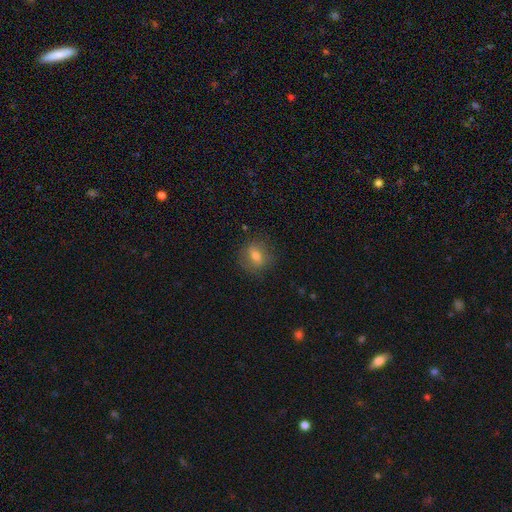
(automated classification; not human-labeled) The model was most divided on "how rounded": round: 68%, in between: 30%, cigar-shaped: 2%. More confident: merging — none (81%); smooth or featured — smooth (66%).